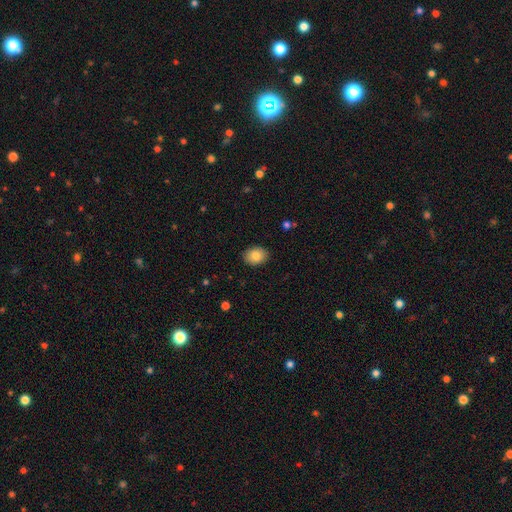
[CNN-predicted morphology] This is clearly a smooth galaxy (84%). How rounded: likely in between (68%). Merging: clearly none (89%).